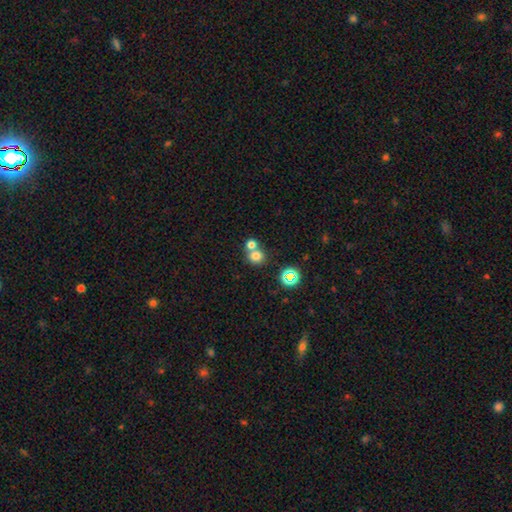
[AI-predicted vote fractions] Smooth or featured?
  - smooth: 75% *
  - star or artifact: 16%
  - featured or disk: 9%
How rounded?
  - round: 84% *
  - in between: 15%
  - cigar-shaped: 1%
Merging?
  - merger: 46% *
  - none: 45%
  - minor disturbance: 6%
  - major disturbance: 3%